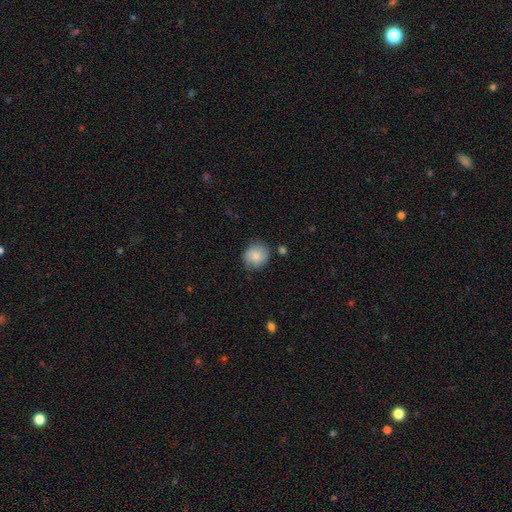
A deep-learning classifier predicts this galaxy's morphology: Smooth or featured?
  - smooth: 82% *
  - featured or disk: 10%
  - star or artifact: 7%
How rounded?
  - round: 82% *
  - in between: 18%
  - cigar-shaped: 1%
Merging?
  - none: 76% *
  - minor disturbance: 17%
  - major disturbance: 4%
  - merger: 3%